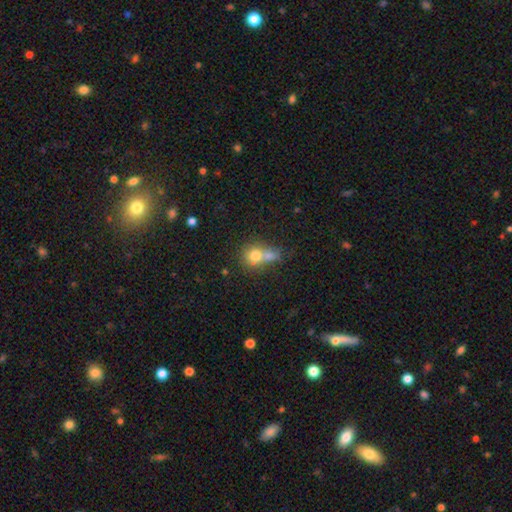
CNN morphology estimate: smooth-or-featured: smooth: 72% | featured or disk: 17% | star or artifact: 11%
  how-rounded: round: 74% | in between: 25% | cigar-shaped: 2%
  merging: merger: 60% | none: 26% | minor disturbance: 9% | major disturbance: 5%